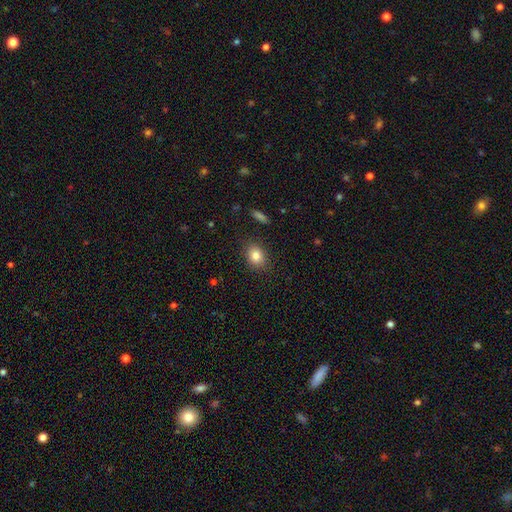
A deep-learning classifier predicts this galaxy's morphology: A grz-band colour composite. It shows a smooth galaxy with no disk features (83%) that is in between round and cigar-shaped (56%). Merging: none (86%).